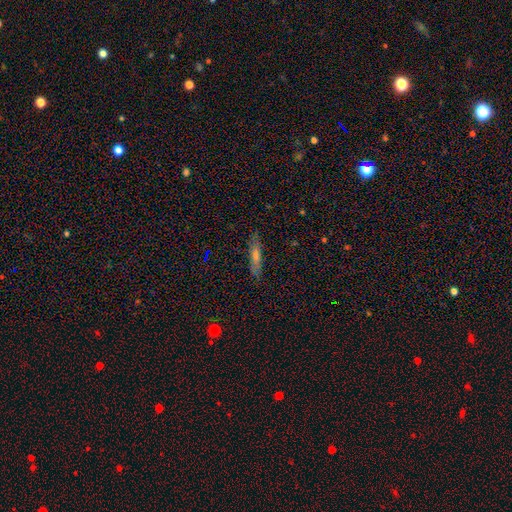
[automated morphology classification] Smooth or featured?
  - smooth: 49% *
  - featured or disk: 42%
  - star or artifact: 10%
Merging?
  - none: 86% *
  - minor disturbance: 11%
  - major disturbance: 2%
  - merger: 1%